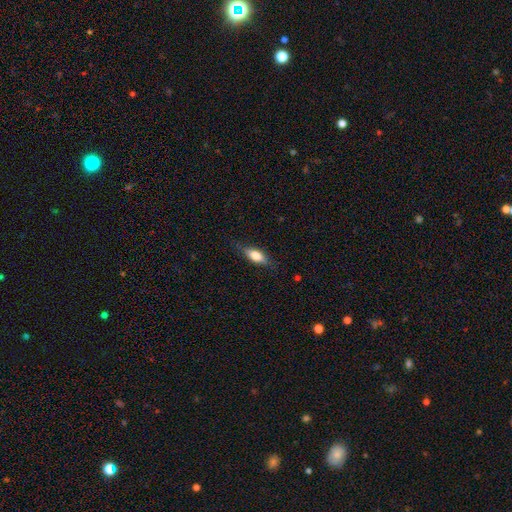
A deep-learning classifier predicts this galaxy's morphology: Smooth or featured? Predicted: smooth (p=0.70). How rounded? Predicted: in between (p=0.71). Merging? Predicted: none (p=0.77).